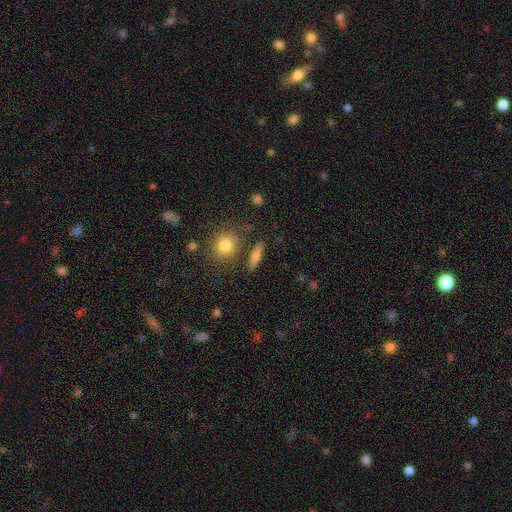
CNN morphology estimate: smooth_or_featured: smooth (p=0.62) [alt: featured or disk p=0.28]
how_rounded: cigar-shaped (p=0.65) [alt: in between p=0.24]
merging: none (p=0.84) [alt: minor disturbance p=0.09]